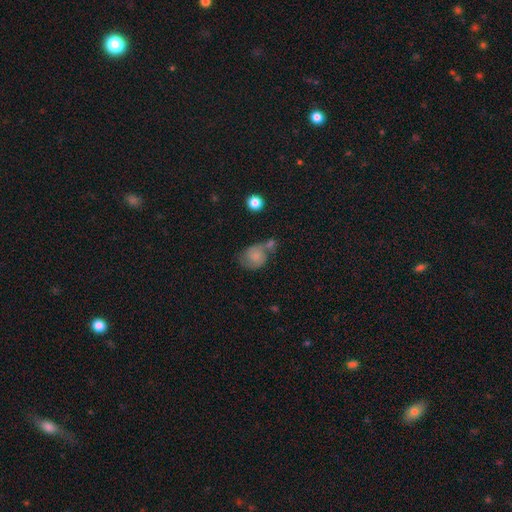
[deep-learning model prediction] Overall: smooth (60%; featured or disk 30%). How rounded: round (62%; in between 36%). Merging: none (35%; merger 31%).